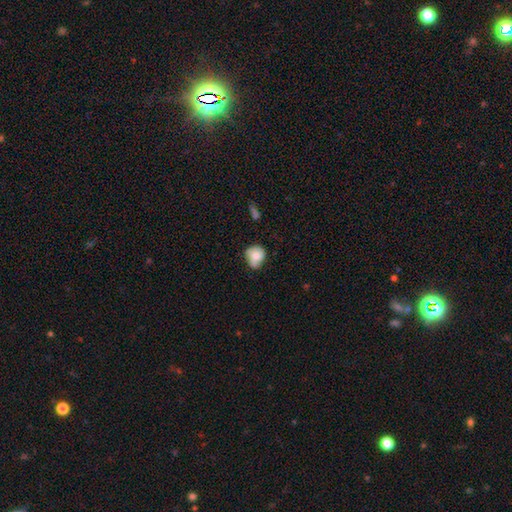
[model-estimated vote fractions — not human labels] This is likely a smooth galaxy (65%). How rounded: likely round (68%). Merging: possibly none (48%).